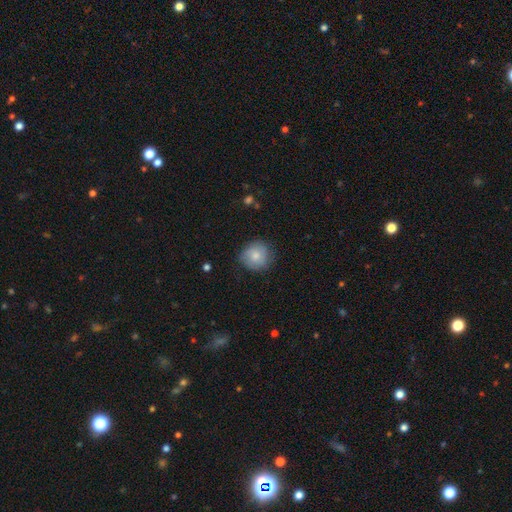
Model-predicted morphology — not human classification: A smooth galaxy with no disk features (73%) that is round (89%).

Vote fractions:
- Smooth or featured? smooth: 73% / featured or disk: 20% / star or artifact: 7%
- How rounded? round: 89% / in between: 10% / cigar-shaped: 1%
- Merging? none: 76% / minor disturbance: 19% / major disturbance: 4% / merger: 1%